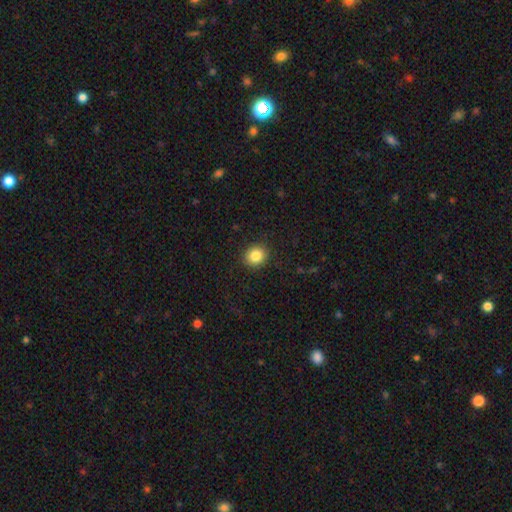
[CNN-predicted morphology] Smooth or featured: smooth — 84% (star or artifact — 10%)
How rounded: round — 79% (in between — 20%)
Merging: none — 90% (minor disturbance — 7%)